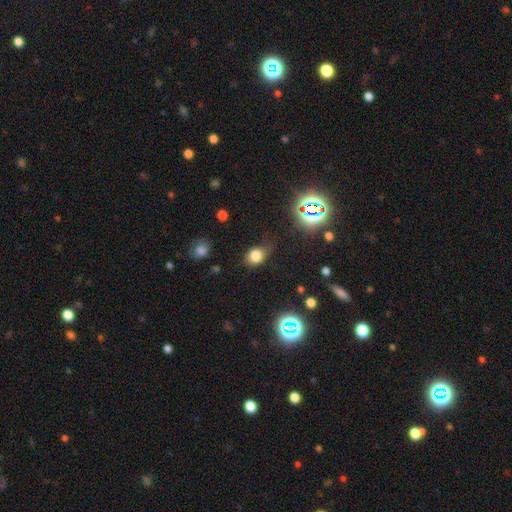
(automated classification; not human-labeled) smooth_or_featured: smooth (p=0.75) [alt: star or artifact p=0.16]
how_rounded: in between (p=0.56) [alt: round p=0.43]
merging: none (p=0.63) [alt: minor disturbance p=0.26]